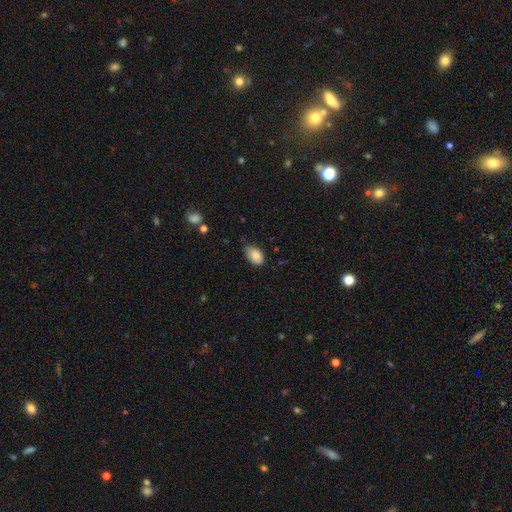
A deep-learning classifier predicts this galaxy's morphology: type=smooth (87%); roundness=in between (90%); merging=none (54%).